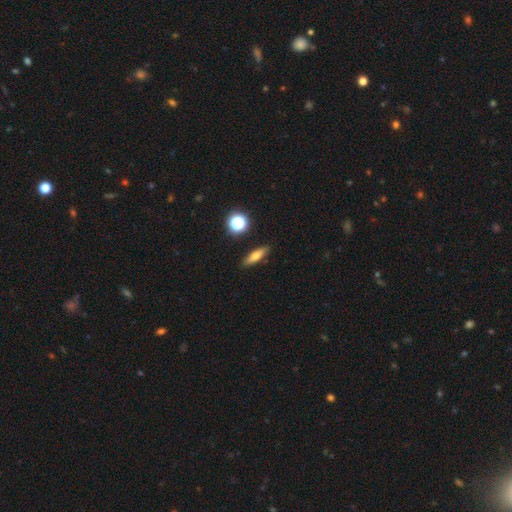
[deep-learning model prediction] This appears to be a smooth galaxy with no disk features (64%) that is cigar-shaped (56%). Merging: none (88%).